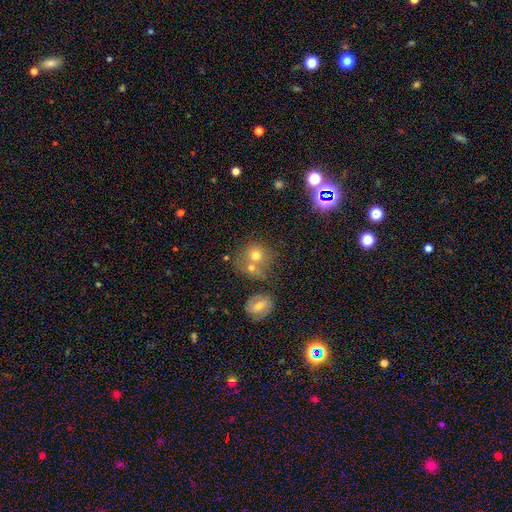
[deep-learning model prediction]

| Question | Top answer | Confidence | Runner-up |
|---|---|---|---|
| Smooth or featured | smooth | 70% | featured or disk (17%) |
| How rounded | round | 81% | in between (18%) |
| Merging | none | 44% | merger (43%) |